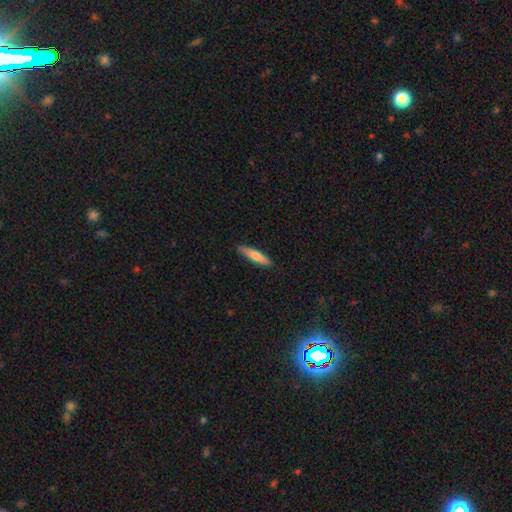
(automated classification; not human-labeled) smooth-or-featured: smooth: 70% | featured or disk: 24% | star or artifact: 5%
  how-rounded: cigar-shaped: 82% | in between: 17% | round: 1%
  merging: none: 89% | minor disturbance: 9% | major disturbance: 2% | merger: 1%